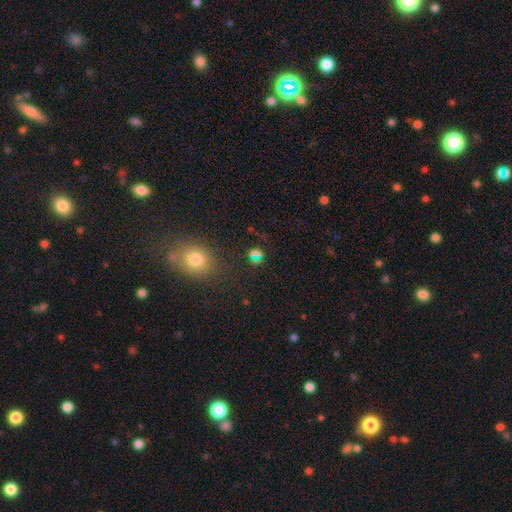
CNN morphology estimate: Smooth or featured? smooth (52%)
How rounded? round (64%)
Merging? none (71%)